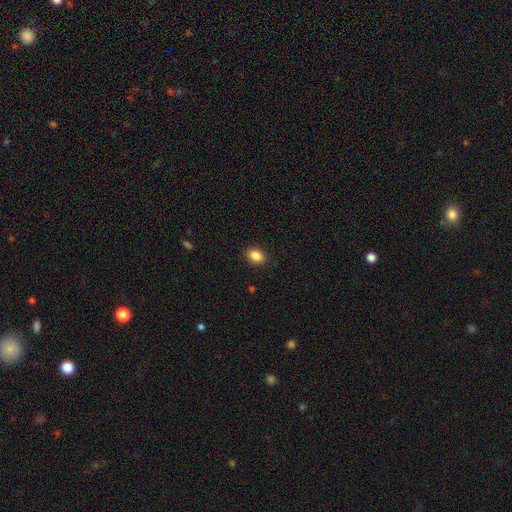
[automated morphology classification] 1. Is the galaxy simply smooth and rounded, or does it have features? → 88% smooth, 9% star or artifact, 4% featured or disk.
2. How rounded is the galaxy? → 78% in between, 21% round, 1% cigar-shaped.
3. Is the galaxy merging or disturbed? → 90% none, 7% minor disturbance, 2% major disturbance, 1% merger.